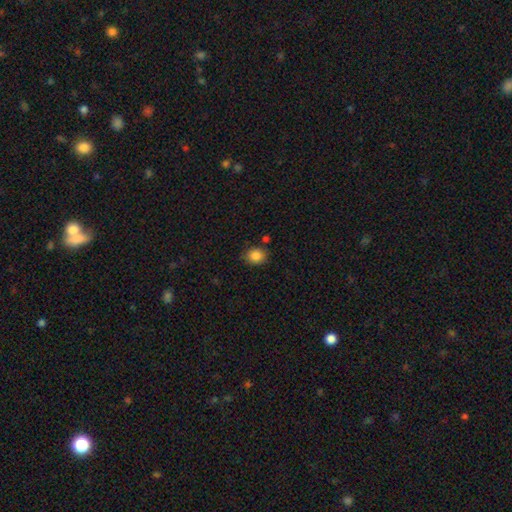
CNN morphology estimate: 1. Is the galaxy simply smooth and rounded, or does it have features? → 86% smooth, 10% star or artifact, 4% featured or disk.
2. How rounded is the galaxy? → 66% round, 33% in between, 1% cigar-shaped.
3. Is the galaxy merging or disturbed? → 76% none, 16% minor disturbance, 4% merger, 3% major disturbance.